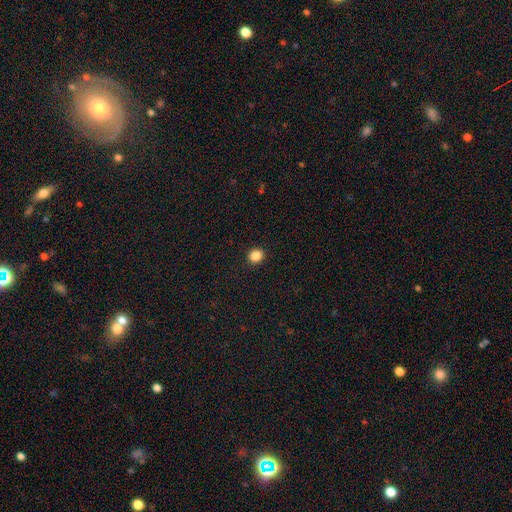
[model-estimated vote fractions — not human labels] Smooth or featured?
  - smooth: 86% *
  - star or artifact: 11%
  - featured or disk: 3%
How rounded?
  - round: 82% *
  - in between: 17%
  - cigar-shaped: 1%
Merging?
  - none: 92% *
  - minor disturbance: 5%
  - major disturbance: 2%
  - merger: 1%